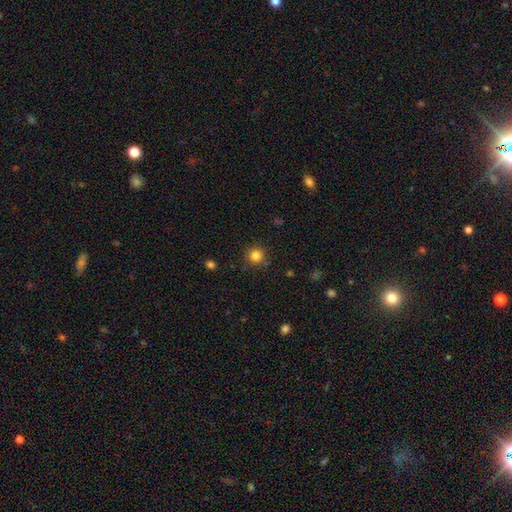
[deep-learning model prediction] Smooth or featured: smooth — 83% (star or artifact — 12%)
How rounded: round — 94% (in between — 5%)
Merging: none — 89% (minor disturbance — 7%)